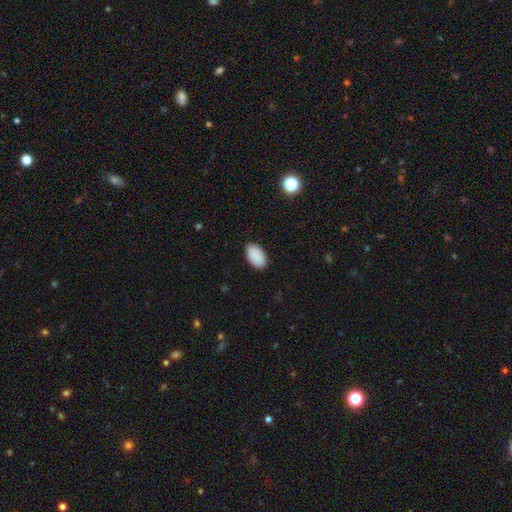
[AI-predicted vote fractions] smooth-or-featured: smooth: 91% | star or artifact: 6% | featured or disk: 3%
  how-rounded: in between: 95% | round: 4% | cigar-shaped: 1%
  merging: none: 89% | minor disturbance: 8% | major disturbance: 2% | merger: 1%